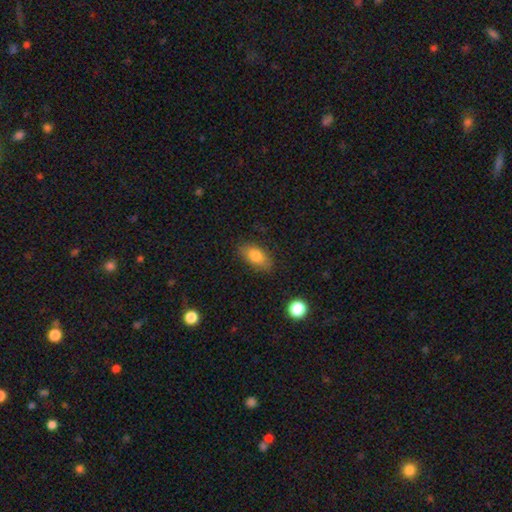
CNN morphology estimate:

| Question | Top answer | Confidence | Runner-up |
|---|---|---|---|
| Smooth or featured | smooth | 80% | featured or disk (13%) |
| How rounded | in between | 87% | cigar-shaped (8%) |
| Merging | none | 82% | minor disturbance (13%) |